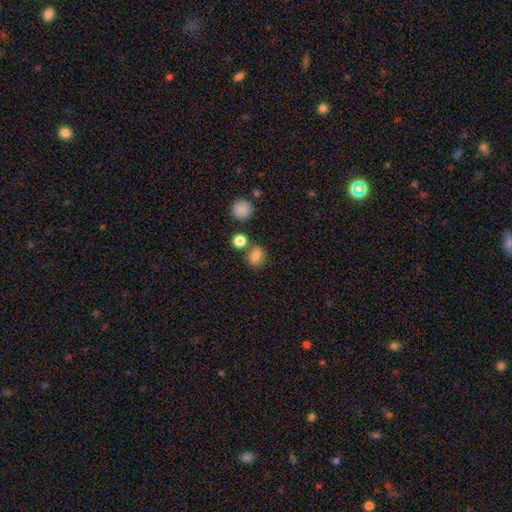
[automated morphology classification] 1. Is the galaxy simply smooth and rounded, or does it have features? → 80% smooth, 13% star or artifact, 7% featured or disk.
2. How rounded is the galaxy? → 51% round, 47% in between, 2% cigar-shaped.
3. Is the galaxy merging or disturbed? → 70% none, 14% merger, 12% minor disturbance, 4% major disturbance.